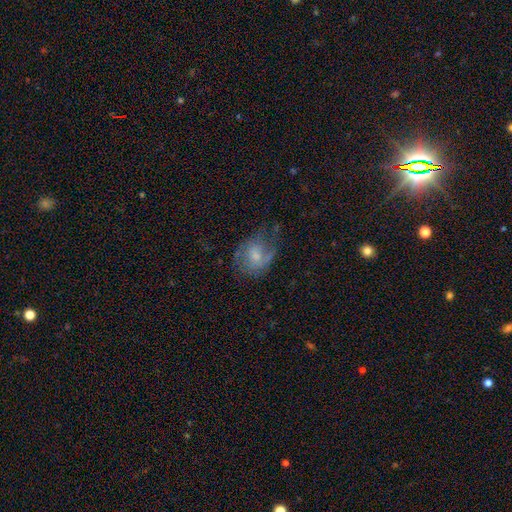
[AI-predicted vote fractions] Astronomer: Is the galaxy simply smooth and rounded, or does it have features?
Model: smooth — 47% (runner-up: featured or disk, 44%).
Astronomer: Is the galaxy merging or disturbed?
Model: none — 40% (runner-up: major disturbance, 30%).